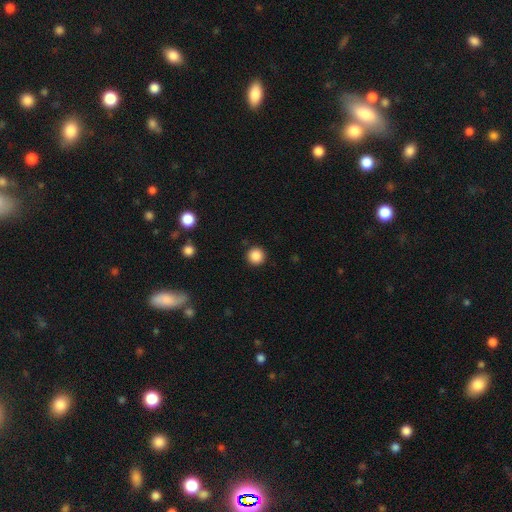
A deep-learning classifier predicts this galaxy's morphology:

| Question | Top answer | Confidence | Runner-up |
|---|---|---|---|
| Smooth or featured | smooth | 87% | star or artifact (10%) |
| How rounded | round | 96% | in between (3%) |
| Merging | none | 92% | minor disturbance (5%) |